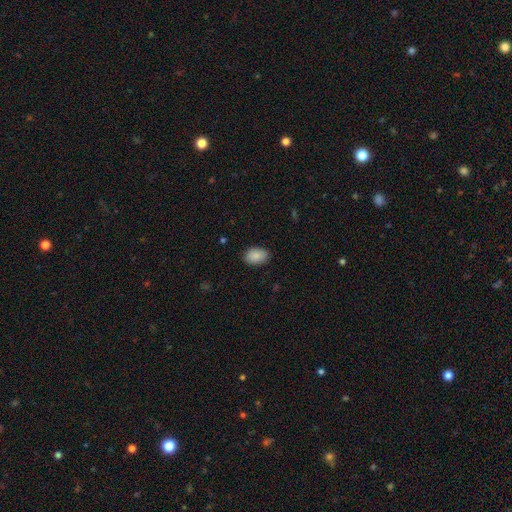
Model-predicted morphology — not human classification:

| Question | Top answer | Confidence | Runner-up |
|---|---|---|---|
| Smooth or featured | smooth | 88% | star or artifact (7%) |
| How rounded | in between | 86% | round (13%) |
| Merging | none | 86% | minor disturbance (11%) |